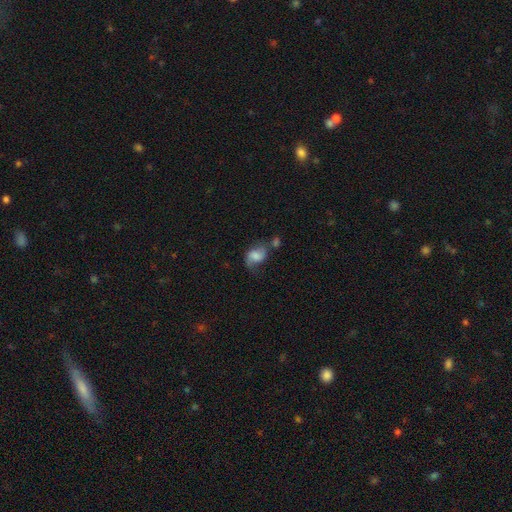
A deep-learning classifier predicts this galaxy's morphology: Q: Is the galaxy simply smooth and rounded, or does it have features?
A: smooth — 54%.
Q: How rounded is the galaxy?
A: in between — 68%.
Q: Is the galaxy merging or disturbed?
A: none — 38%.